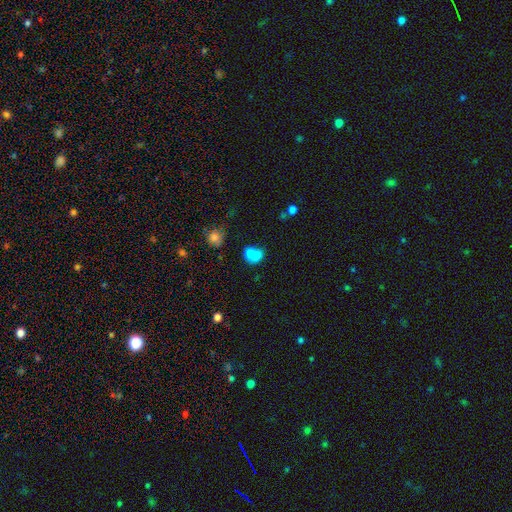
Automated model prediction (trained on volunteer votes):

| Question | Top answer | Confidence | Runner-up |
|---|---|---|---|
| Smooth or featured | smooth | 71% | featured or disk (18%) |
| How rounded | round | 57% | in between (42%) |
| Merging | merger | 61% | none (25%) |